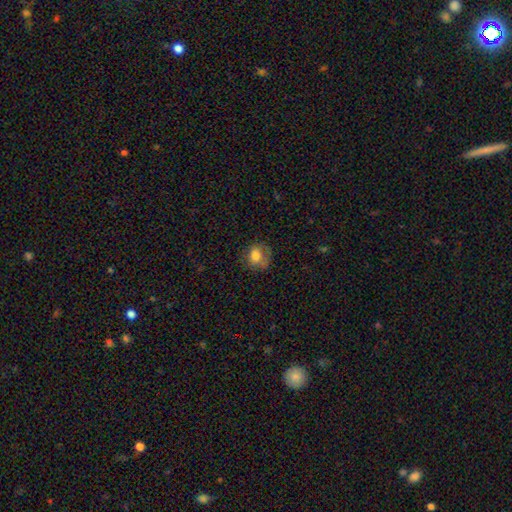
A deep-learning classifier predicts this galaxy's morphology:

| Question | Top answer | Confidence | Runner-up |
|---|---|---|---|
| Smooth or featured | smooth | 74% | featured or disk (16%) |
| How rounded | round | 65% | in between (34%) |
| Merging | none | 59% | minor disturbance (24%) |